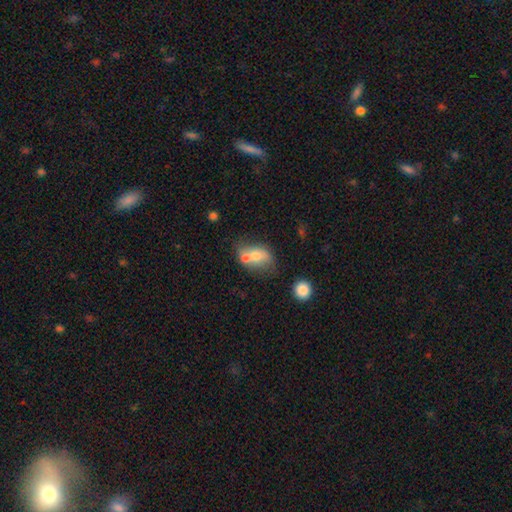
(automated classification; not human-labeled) Overall: smooth (60%; featured or disk 31%). How rounded: in between (74%). Merging: merger (50%; none 30%).